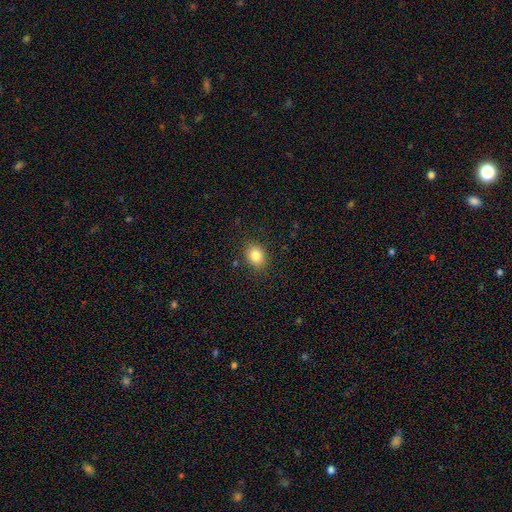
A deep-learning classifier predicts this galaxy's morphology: Smooth or featured?
  - smooth: 83% *
  - star or artifact: 10%
  - featured or disk: 7%
How rounded?
  - round: 50% *
  - in between: 49%
  - cigar-shaped: 1%
Merging?
  - none: 87% *
  - minor disturbance: 10%
  - major disturbance: 3%
  - merger: 1%